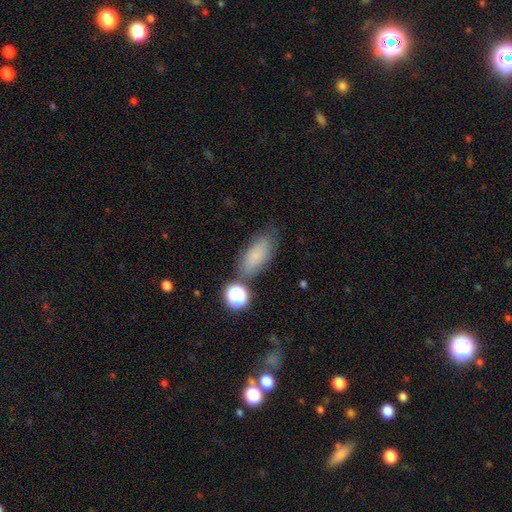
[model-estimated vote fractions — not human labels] Smooth or featured? smooth (71%)
How rounded? in between (84%)
Merging? none (62%)